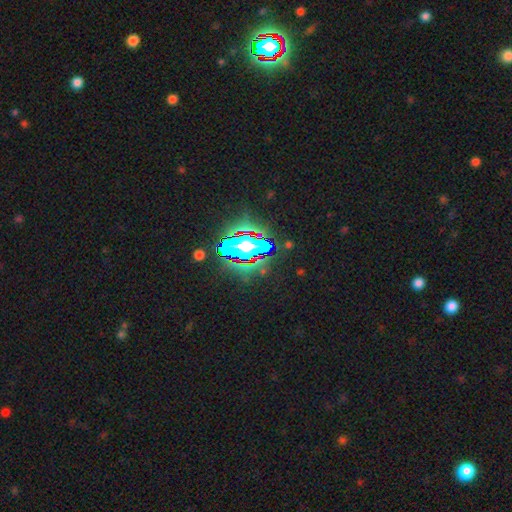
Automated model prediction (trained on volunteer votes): Smooth or featured?
  - star or artifact: 75% *
  - smooth: 13%
  - featured or disk: 12%